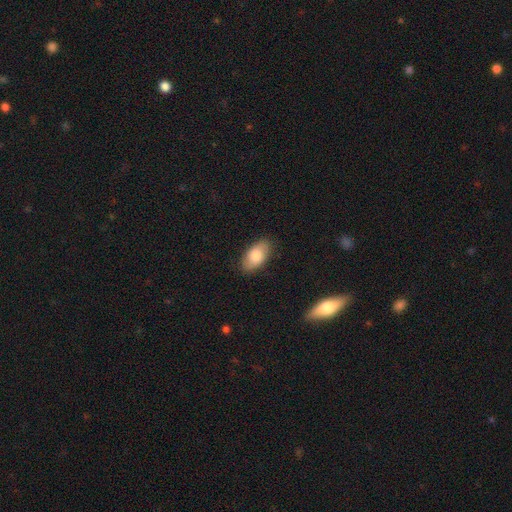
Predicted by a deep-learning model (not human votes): Smooth or featured? smooth (74%)
How rounded? in between (93%)
Merging? none (83%)